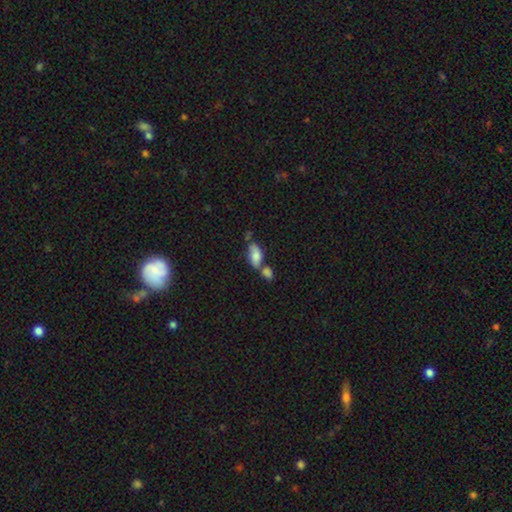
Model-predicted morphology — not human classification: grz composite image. It shows a smooth galaxy with no disk features (72%) that is in between round and cigar-shaped (86%). Merging: merger (44%).